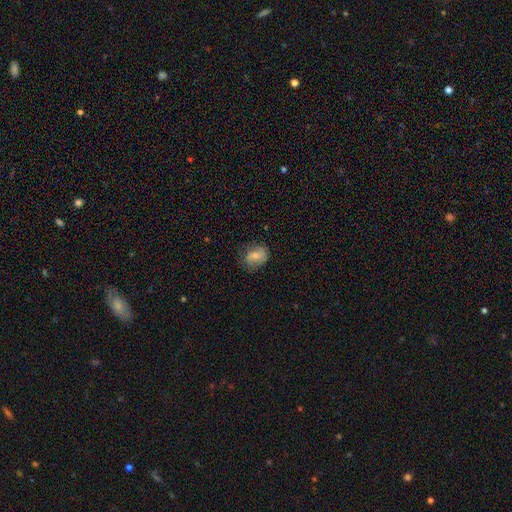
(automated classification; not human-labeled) Smooth or featured? smooth (65%)
How rounded? in between (52%)
Merging? none (71%)